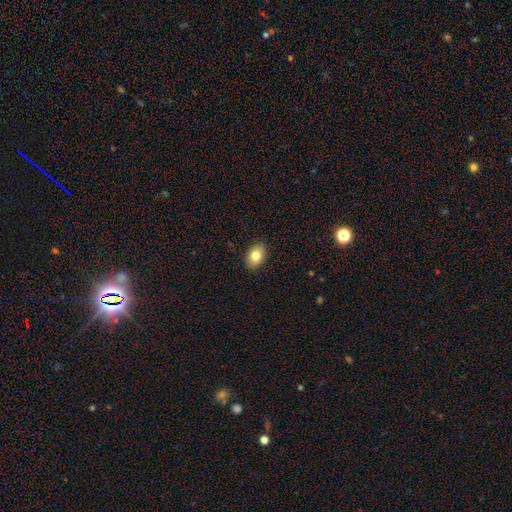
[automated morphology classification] smooth 81%, featured or disk 10%, star or artifact 8%. Down the decision tree: how rounded — in between (78%); merging — none (89%).